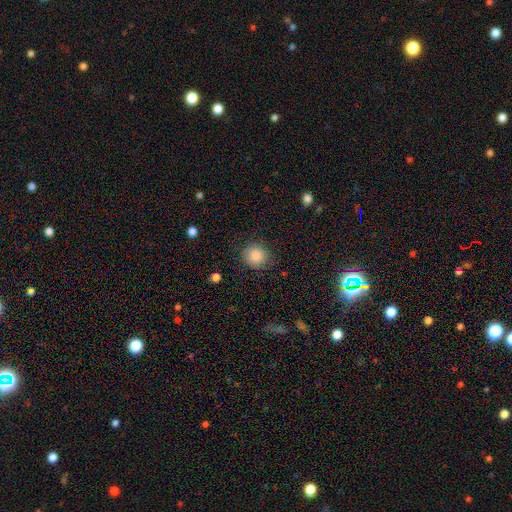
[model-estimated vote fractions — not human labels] The model was most divided on "smooth or featured": smooth: 86%, star or artifact: 10%, featured or disk: 5%. More confident: how rounded — round (91%); merging — none (87%).